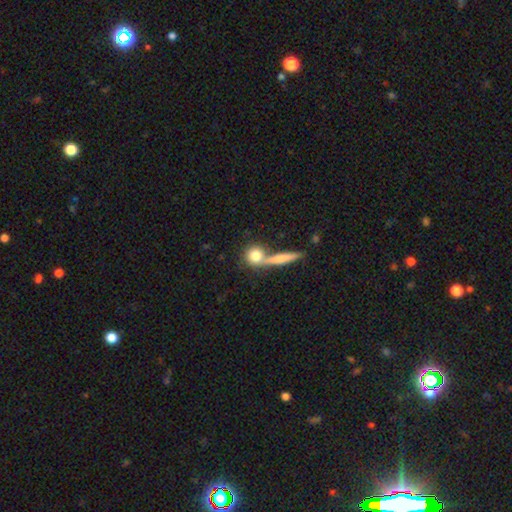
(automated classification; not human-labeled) A smooth galaxy with no disk features (76%) that is round (80%). Merging: none (50%).